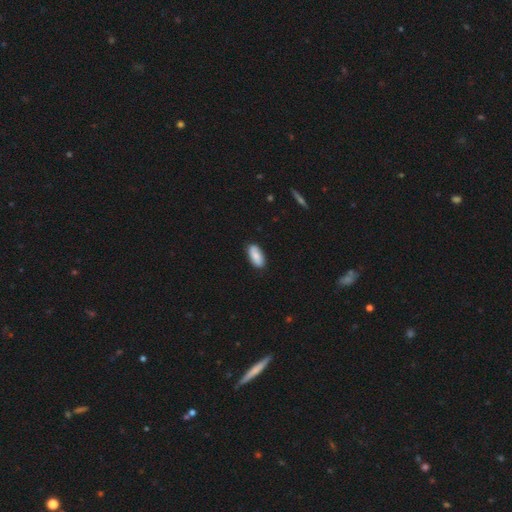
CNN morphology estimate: This is clearly a smooth galaxy (85%). How rounded: clearly in between (90%). Merging: clearly none (86%).